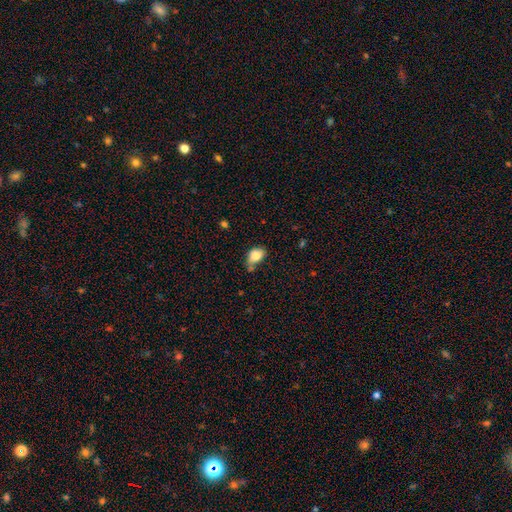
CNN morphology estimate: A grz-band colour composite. It shows a smooth galaxy with no disk features (81%) that is in between round and cigar-shaped (80%). Merging: none (46%).